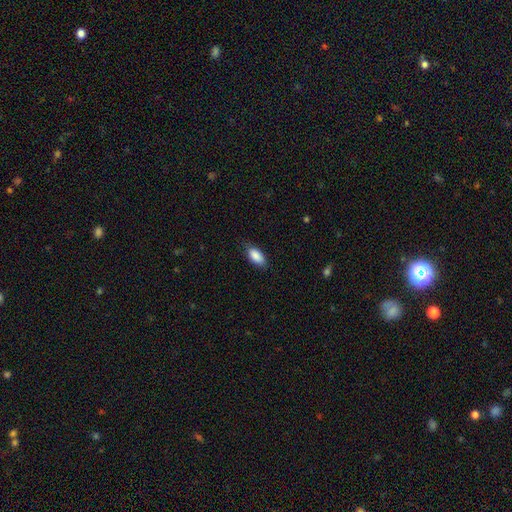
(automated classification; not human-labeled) This is clearly a smooth galaxy (88%). How rounded: clearly in between (90%). Merging: likely none (79%).